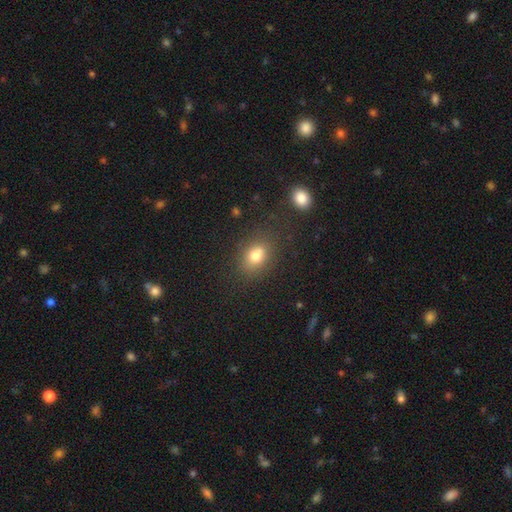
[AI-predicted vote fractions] Smooth or featured?
  - smooth: 77% *
  - star or artifact: 13%
  - featured or disk: 10%
How rounded?
  - in between: 63% *
  - round: 35%
  - cigar-shaped: 2%
Merging?
  - none: 70% *
  - minor disturbance: 17%
  - major disturbance: 7%
  - merger: 6%